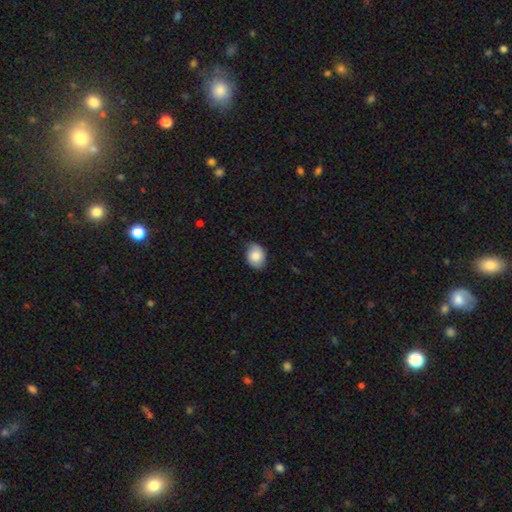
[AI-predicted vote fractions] A smooth galaxy with no disk features (81%) that is in between round and cigar-shaped (65%). Merging: none (76%).